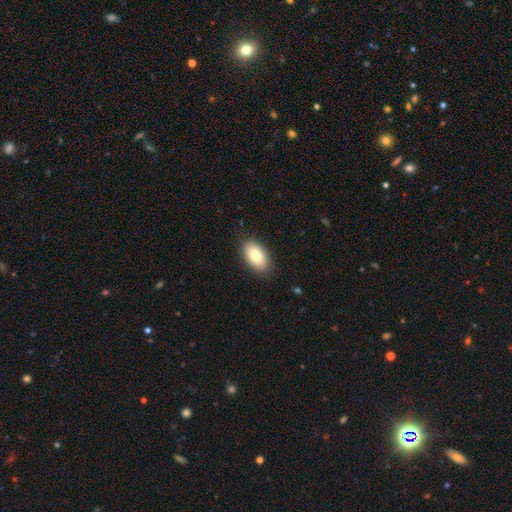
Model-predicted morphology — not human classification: Smooth or featured? Predicted: smooth (p=0.81). How rounded? Predicted: in between (p=0.94). Merging? Predicted: none (p=0.85).